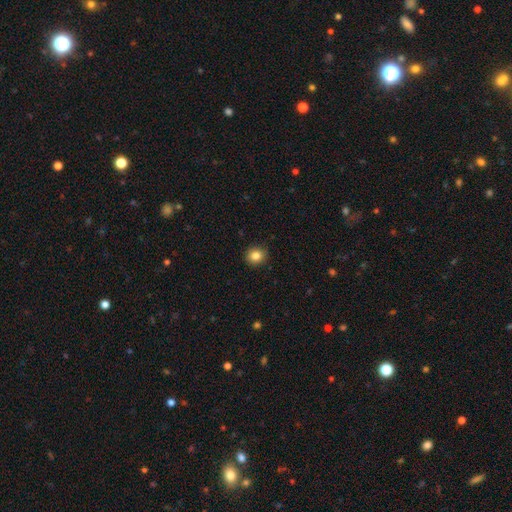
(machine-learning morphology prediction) Overall: smooth (84%). How rounded: round (82%). Merging: none (90%).